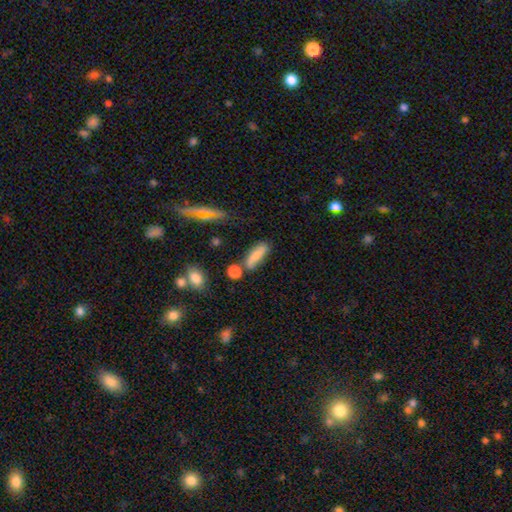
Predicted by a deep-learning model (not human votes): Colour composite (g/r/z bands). It shows a smooth galaxy with no disk features (71%) that is cigar-shaped (52%). Merging: none (55%).